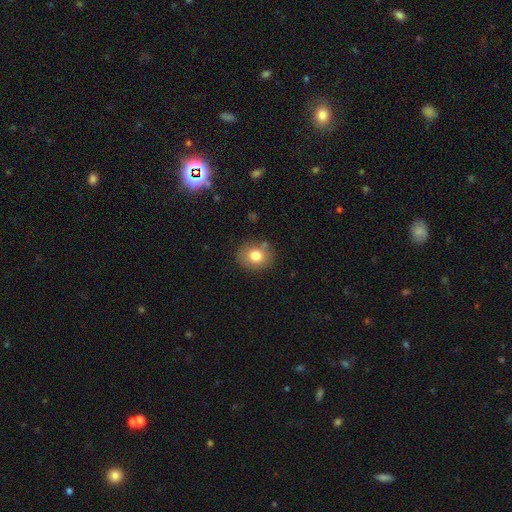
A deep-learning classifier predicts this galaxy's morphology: Smooth or featured? Predicted: smooth (p=0.79). How rounded? Predicted: round (p=0.68). Merging? Predicted: none (p=0.80).